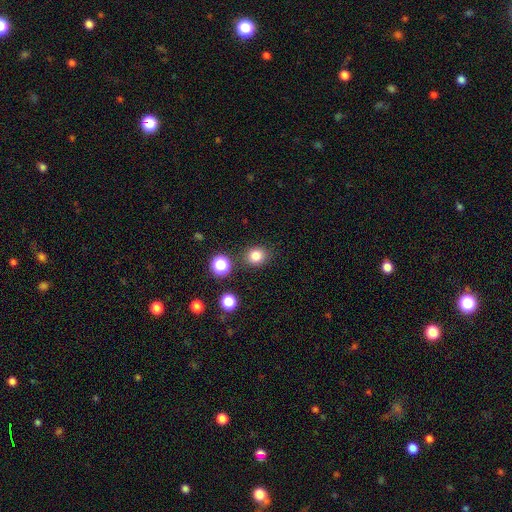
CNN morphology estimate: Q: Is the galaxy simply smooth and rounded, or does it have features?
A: smooth — 80%.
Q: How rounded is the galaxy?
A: round — 72%.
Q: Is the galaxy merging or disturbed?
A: none — 85%.